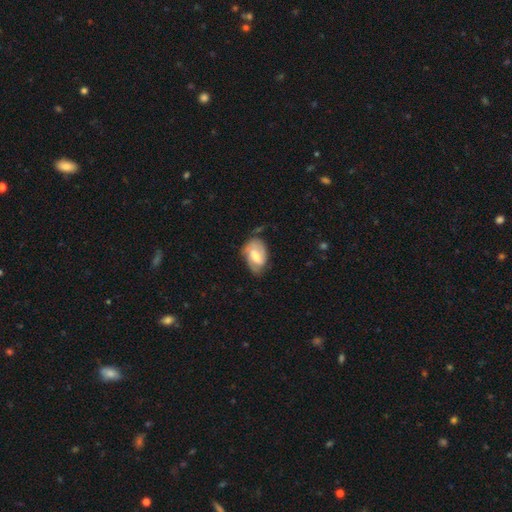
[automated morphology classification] A smooth galaxy with no disk features (47%).

Vote fractions:
- Smooth or featured? smooth: 47% / featured or disk: 46% / star or artifact: 7%
- Merging? none: 53% / minor disturbance: 34% / major disturbance: 10% / merger: 2%